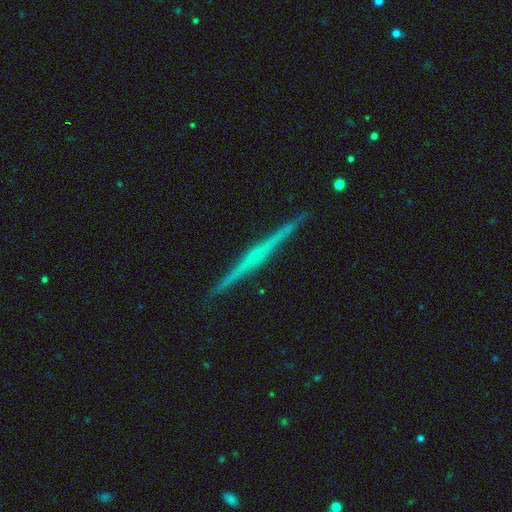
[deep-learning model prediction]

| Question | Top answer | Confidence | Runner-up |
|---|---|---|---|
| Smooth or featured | featured or disk | 73% | smooth (20%) |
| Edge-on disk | yes | 98% | no (2%) |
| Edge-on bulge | none | 66% | rounded (25%) |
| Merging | none | 92% | minor disturbance (6%) |